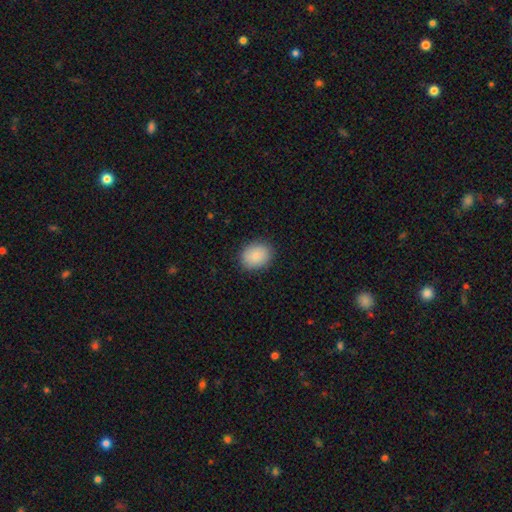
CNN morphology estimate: The model was most divided on "how rounded": in between: 50%, round: 49%, cigar-shaped: 1%. More confident: merging — none (88%); smooth or featured — smooth (88%).